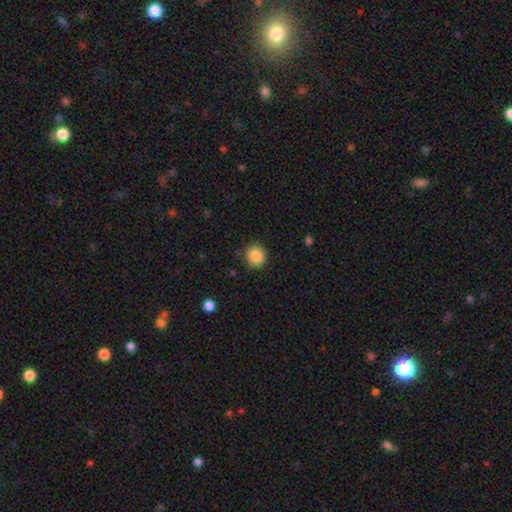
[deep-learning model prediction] Q: Smooth or featured?
A: smooth (87%); runner-up: star or artifact (9%)
Q: How rounded?
A: round (91%); runner-up: in between (8%)
Q: Merging?
A: none (88%); runner-up: minor disturbance (9%)